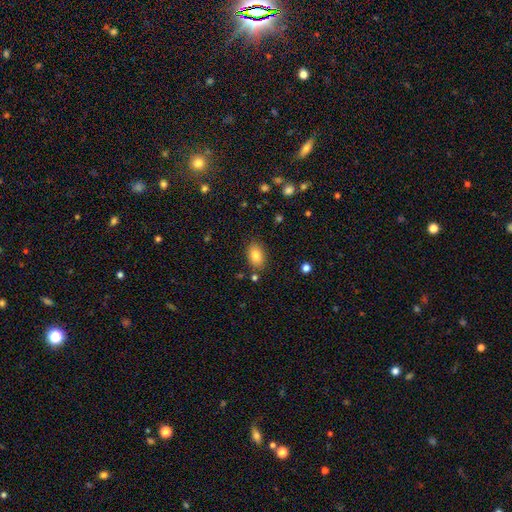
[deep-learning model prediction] smooth_or_featured: smooth (p=0.82) [alt: featured or disk p=0.09]
how_rounded: in between (p=0.85) [alt: round p=0.14]
merging: none (p=0.82) [alt: minor disturbance p=0.12]